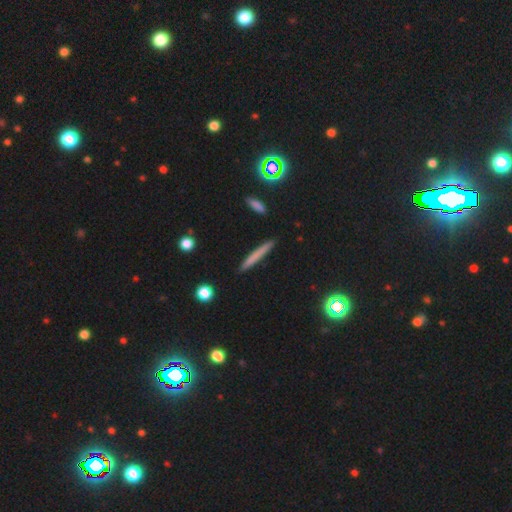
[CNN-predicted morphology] smooth-or-featured: smooth: 68% | featured or disk: 24% | star or artifact: 8%
  how-rounded: cigar-shaped: 96% | in between: 2% | round: 2%
  merging: none: 90% | minor disturbance: 7% | merger: 1% | major disturbance: 1%